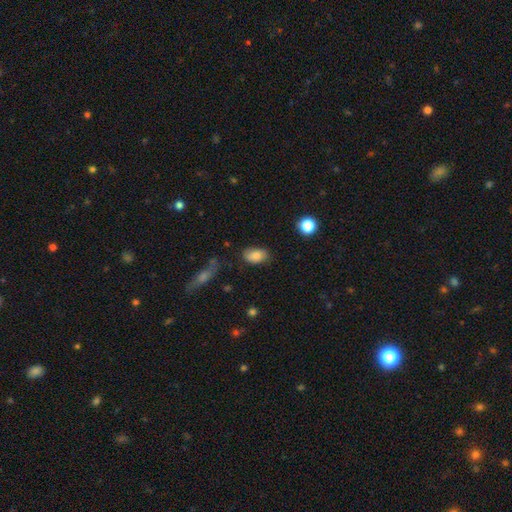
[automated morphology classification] Smooth or featured? smooth (83%)
How rounded? in between (89%)
Merging? none (75%)